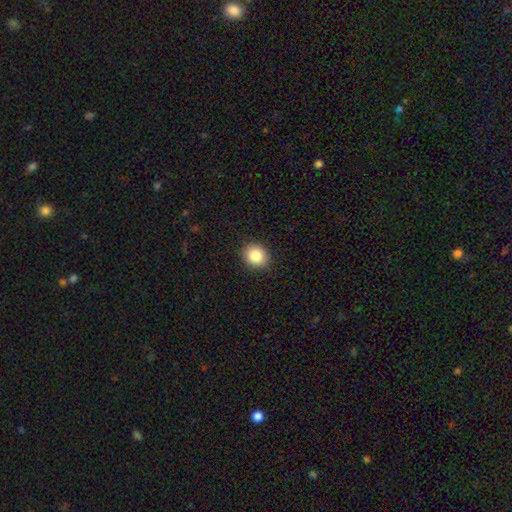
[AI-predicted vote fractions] A smooth galaxy with no disk features (85%) that is round (76%).

Vote fractions:
- Smooth or featured? smooth: 85% / star or artifact: 9% / featured or disk: 6%
- How rounded? round: 76% / in between: 23% / cigar-shaped: 1%
- Merging? none: 90% / minor disturbance: 7% / major disturbance: 2% / merger: 1%